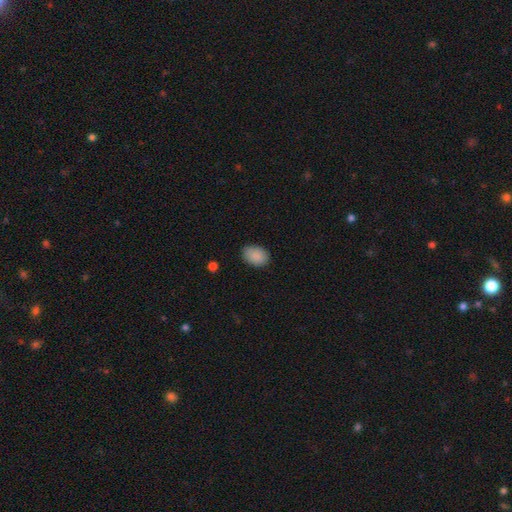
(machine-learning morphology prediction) smooth_or_featured: smooth (p=0.89) [alt: star or artifact p=0.08]
how_rounded: in between (p=0.77) [alt: round p=0.22]
merging: none (p=0.81) [alt: minor disturbance p=0.15]